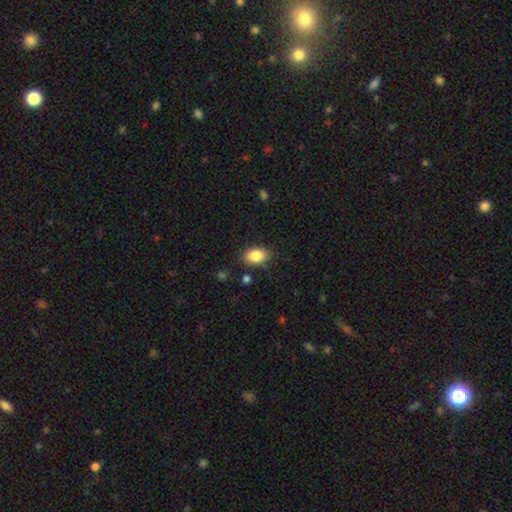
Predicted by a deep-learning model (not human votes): Smooth or featured?
  - smooth: 85% *
  - star or artifact: 8%
  - featured or disk: 7%
How rounded?
  - in between: 87% *
  - round: 12%
  - cigar-shaped: 1%
Merging?
  - none: 83% *
  - minor disturbance: 12%
  - major disturbance: 3%
  - merger: 2%